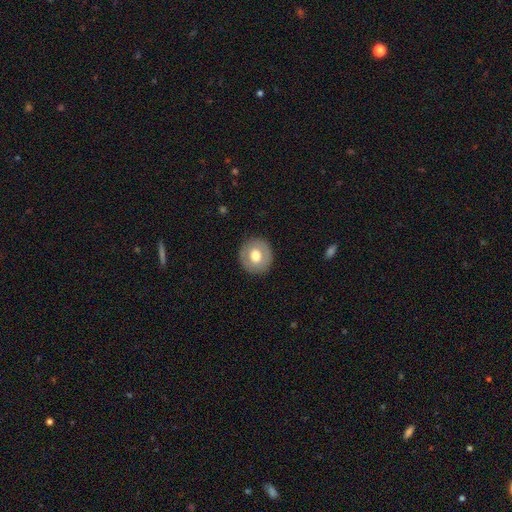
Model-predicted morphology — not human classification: Q: Smooth or featured?
A: smooth (67%); runner-up: featured or disk (26%)
Q: How rounded?
A: round (91%); runner-up: in between (8%)
Q: Merging?
A: none (90%); runner-up: minor disturbance (7%)